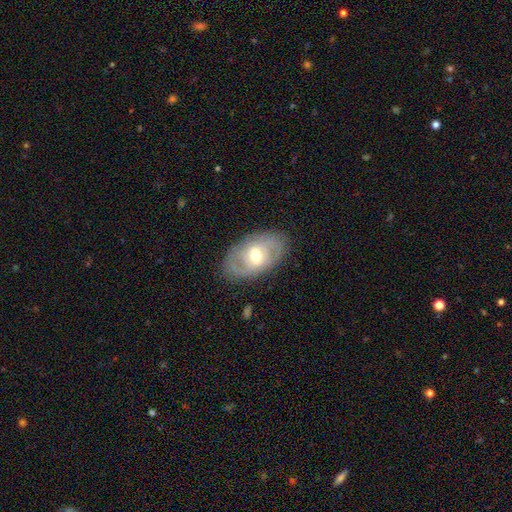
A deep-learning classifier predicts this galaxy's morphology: Smooth or featured: featured or disk — 67% (smooth — 27%)
Edge-on disk: no — 92% (yes — 8%)
Bar: no — 44% (weak — 42%)
Spiral arms: yes — 69% (no — 31%)
Bulge size: moderate — 71% (small — 20%)
Merging: none — 82% (minor disturbance — 13%)